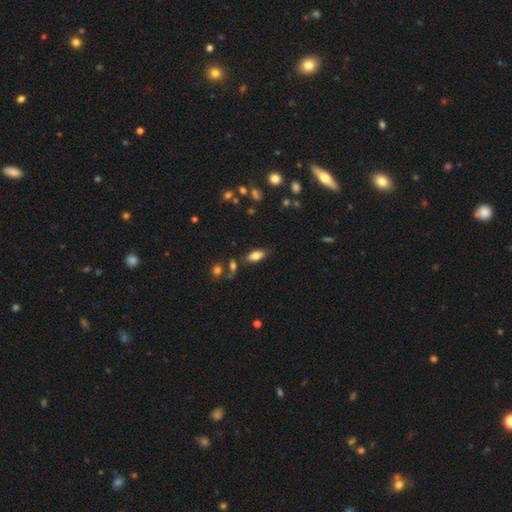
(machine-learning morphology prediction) smooth-or-featured: smooth: 78% | featured or disk: 13% | star or artifact: 9%
  how-rounded: in between: 87% | cigar-shaped: 10% | round: 3%
  merging: none: 78% | minor disturbance: 13% | merger: 6% | major disturbance: 4%